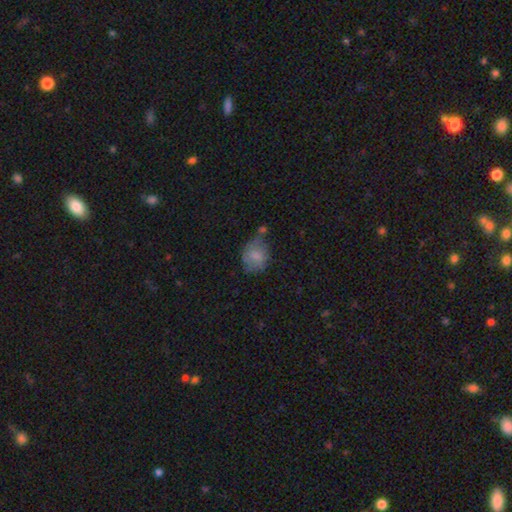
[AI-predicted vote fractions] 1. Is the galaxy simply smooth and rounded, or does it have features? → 68% smooth, 23% featured or disk, 9% star or artifact.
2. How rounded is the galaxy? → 50% in between, 49% round, 1% cigar-shaped.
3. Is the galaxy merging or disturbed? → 44% none, 31% minor disturbance, 14% major disturbance, 11% merger.